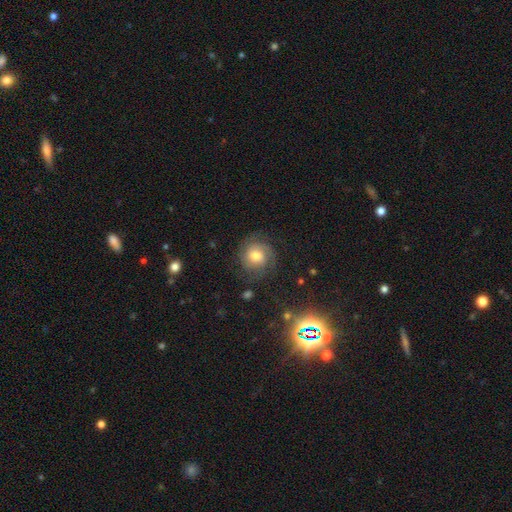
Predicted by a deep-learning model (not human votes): smooth-or-featured: featured or disk: 60% | smooth: 30% | star or artifact: 10%
  disk-edge-on: no: 97% | yes: 3%
    bar: no: 71% | weak: 25% | strong: 5%
    has-spiral-arms: yes: 91% | no: 9%
      spiral-winding: tight: 53% | medium: 34% | loose: 13%
      spiral-arm-count: 2: 35% | can't tell: 26% | 3: 21% | 1: 9% | 4: 5% | more than 4: 4%
    bulge-size: moderate: 66% | small: 19% | large: 12% | dominant: 2% | none: 2%
  merging: none: 74% | minor disturbance: 16% | major disturbance: 9% | merger: 2%